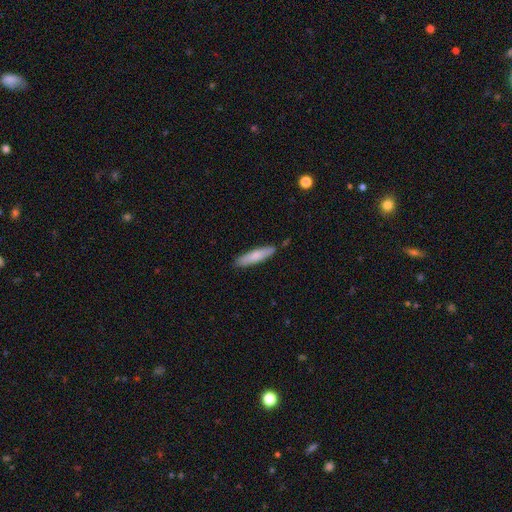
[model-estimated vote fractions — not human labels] Morphology: type=smooth (77%); roundness=cigar-shaped (82%); merging=none (85%).